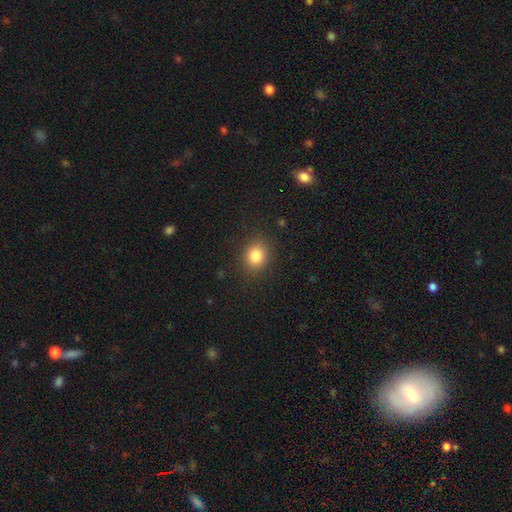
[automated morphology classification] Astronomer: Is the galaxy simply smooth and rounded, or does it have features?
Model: smooth — 84%.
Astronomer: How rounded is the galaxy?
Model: round — 70%.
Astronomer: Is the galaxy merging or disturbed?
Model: none — 88%.